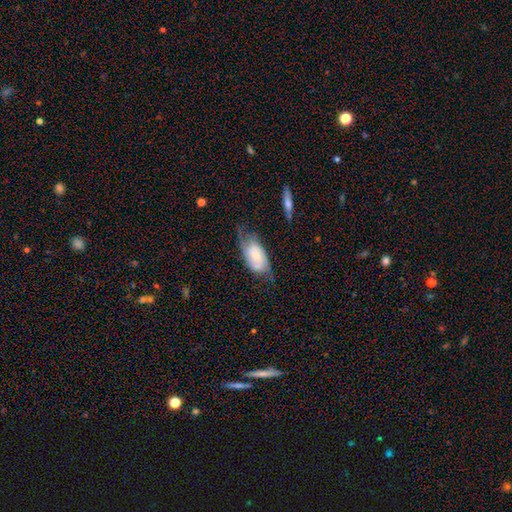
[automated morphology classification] Smooth or featured: featured or disk — 56% (smooth — 38%)
Edge-on disk: no — 92% (yes — 8%)
Bar: no — 56% (weak — 35%)
Spiral arms: yes — 85% (no — 15%)
Bulge size: small — 41% (moderate — 35%)
Merging: none — 43% (minor disturbance — 32%)